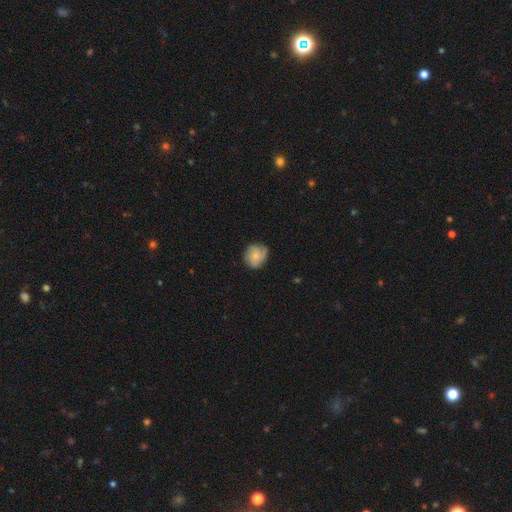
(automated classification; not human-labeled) This is likely a smooth galaxy (62%). How rounded: clearly round (80%). Merging: likely none (72%).